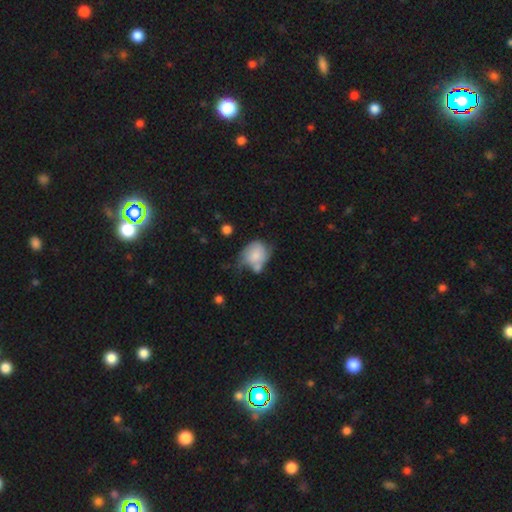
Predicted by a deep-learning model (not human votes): A smooth galaxy with no disk features (70%) that is round (51%). Merging: none (30%, tied with minor disturbance).